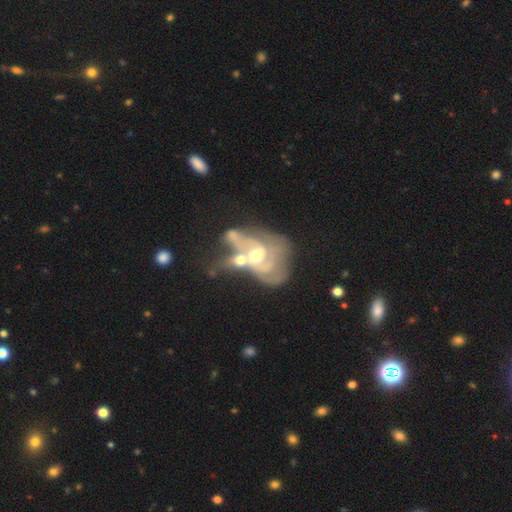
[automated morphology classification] This is likely a featured or disk galaxy (78%). It is clearly not viewed edge-on (97%). Bar: possibly no (60%). Spiral arm pattern: likely yes (71%). Spiral arm count: marginally 2 (37%, tied with can't tell). Spiral winding: marginally medium (41%). Central bulge: likely moderate (68%). Merging: possibly merger (57%).